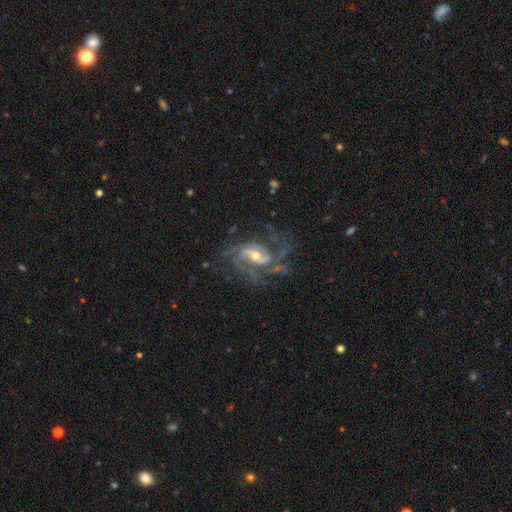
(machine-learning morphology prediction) Overall: featured or disk (88%). Edge-on disk: no (97%). Bar: weak (46%; no 30%). Spiral arms: yes (95%). Spiral arm count: 2 (34%; 3 24%). Spiral winding: medium (48%; tight 29%). Bulge size: moderate (53%; small 41%). Merging: none (53%; major disturbance 26%).